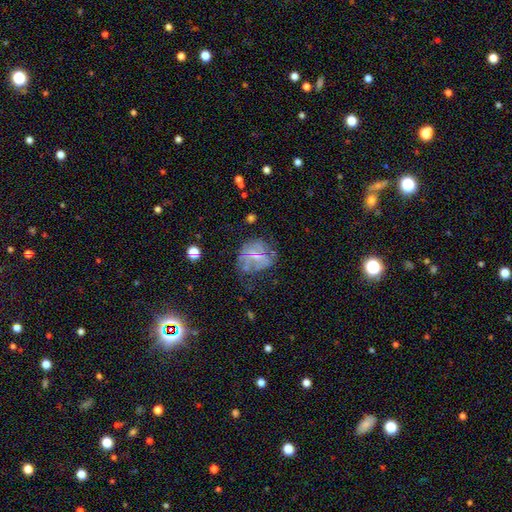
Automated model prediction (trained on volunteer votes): Smooth or featured?
  - featured or disk: 57% *
  - smooth: 28%
  - star or artifact: 14%
Edge-on disk?
  - no: 97% *
  - yes: 3%
Bar?
  - no: 51% *
  - weak: 38%
  - strong: 11%
Spiral arms?
  - no: 55% *
  - yes: 45%
Bulge size?
  - small: 56% *
  - moderate: 22%
  - none: 19%
  - large: 2%
  - dominant: 1%
Merging?
  - none: 42% *
  - major disturbance: 28%
  - minor disturbance: 24%
  - merger: 6%